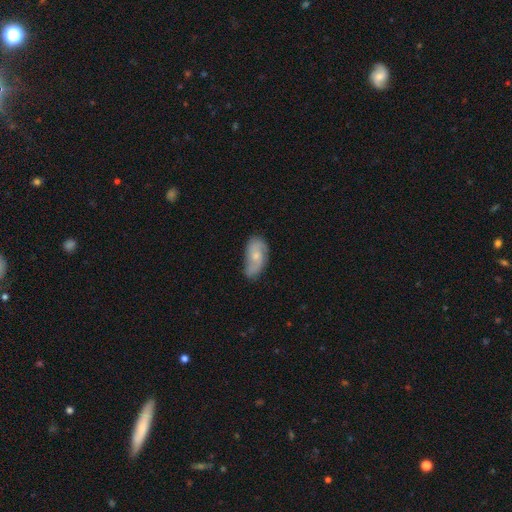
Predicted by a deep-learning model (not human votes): Smooth or featured? Predicted: featured or disk (p=0.52). Edge-on disk? Predicted: no (p=0.94). Merging? Predicted: none (p=0.62).